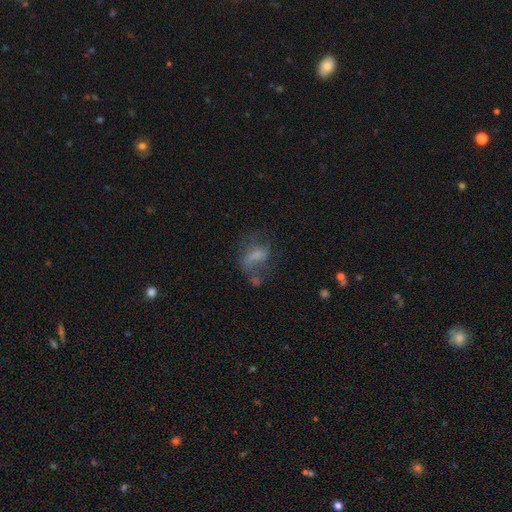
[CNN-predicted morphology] A featured or disk galaxy (44%).

Vote fractions:
- Smooth or featured? featured or disk: 44% / smooth: 42% / star or artifact: 14%
- Merging? major disturbance: 36% / none: 33% / minor disturbance: 20% / merger: 12%